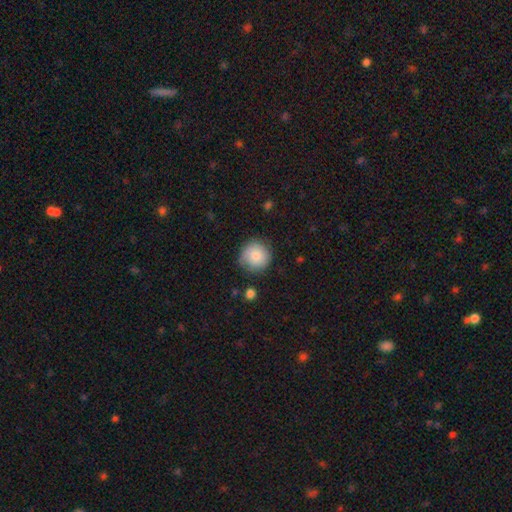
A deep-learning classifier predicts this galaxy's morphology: A smooth galaxy with no disk features (83%) that is round (94%). Merging: none (77%).